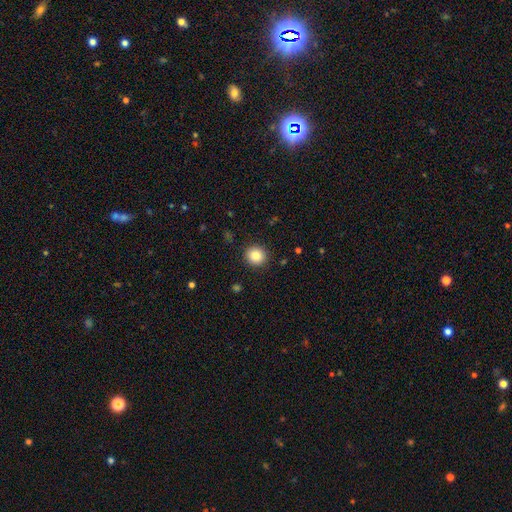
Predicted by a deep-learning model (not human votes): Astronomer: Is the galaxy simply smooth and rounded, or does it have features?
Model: smooth — 86%.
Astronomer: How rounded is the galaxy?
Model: round — 89%.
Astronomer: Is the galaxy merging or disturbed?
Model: none — 91%.